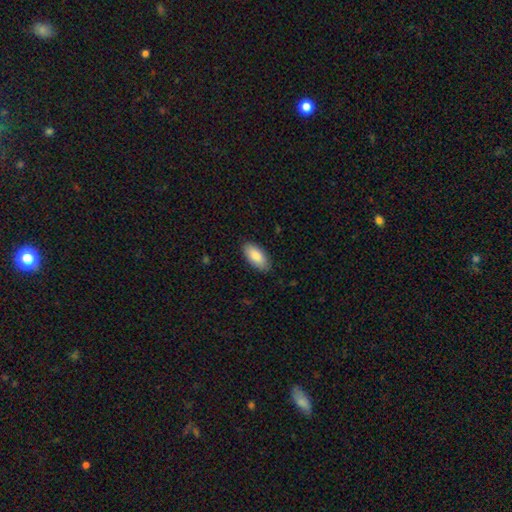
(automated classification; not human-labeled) smooth 86%, featured or disk 8%, star or artifact 6%. Down the decision tree: how rounded — in between (91%); merging — none (88%).